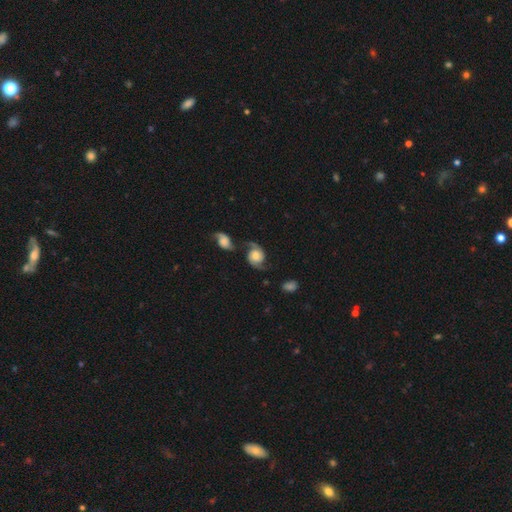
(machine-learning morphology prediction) Q: Smooth or featured?
A: featured or disk (82%); runner-up: smooth (11%)
Q: Edge-on disk?
A: no (97%); runner-up: yes (3%)
Q: Bar?
A: no (69%); runner-up: weak (25%)
Q: Spiral arms?
A: yes (96%); runner-up: no (4%)
Q: Spiral winding?
A: medium (45%); runner-up: loose (38%)
Q: Spiral arm count?
A: 2 (93%); runner-up: can't tell (2%)
Q: Bulge size?
A: moderate (41%); runner-up: large (29%)
Q: Merging?
A: none (57%); runner-up: merger (18%)